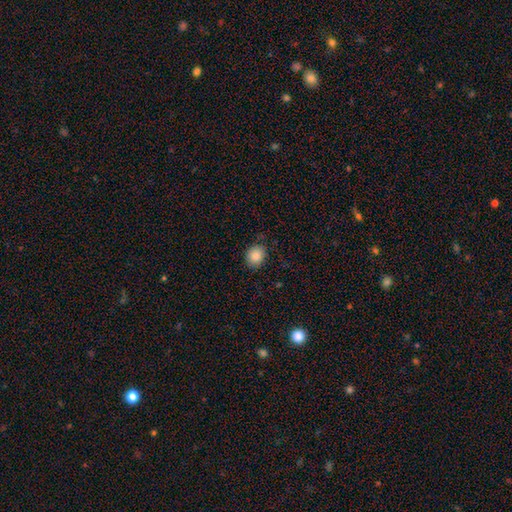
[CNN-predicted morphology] smooth_or_featured: smooth (p=0.86) [alt: star or artifact p=0.09]
how_rounded: round (p=0.65) [alt: in between p=0.34]
merging: none (p=0.84) [alt: minor disturbance p=0.12]